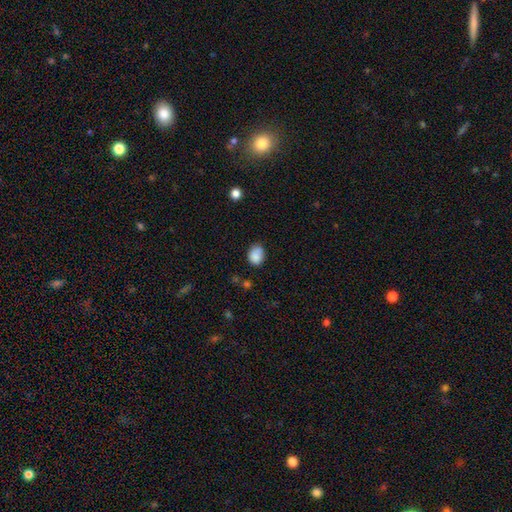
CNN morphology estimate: This is clearly a smooth galaxy (86%). How rounded: likely in between (60%). Merging: likely none (66%).